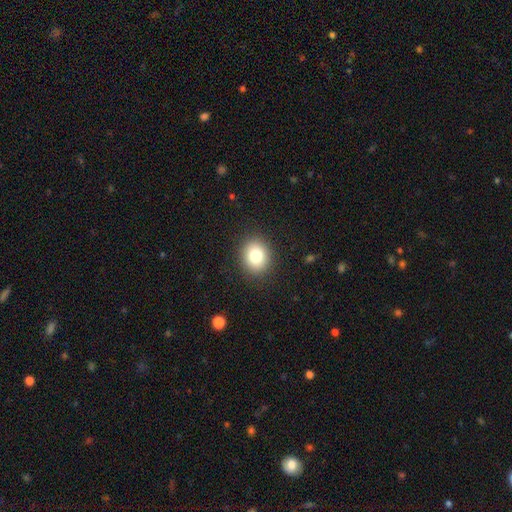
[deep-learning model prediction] The model was most divided on "how rounded": round: 65%, in between: 34%, cigar-shaped: 1%. More confident: merging — none (89%); smooth or featured — smooth (81%).